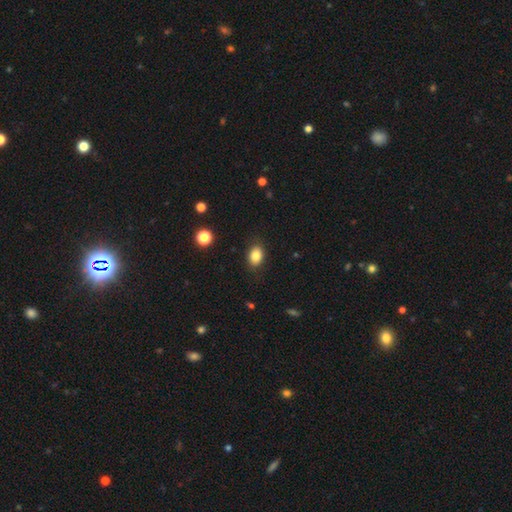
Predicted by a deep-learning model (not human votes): This appears to be a smooth galaxy with no disk features (84%) that is in between round and cigar-shaped (76%). Merging: none (84%).